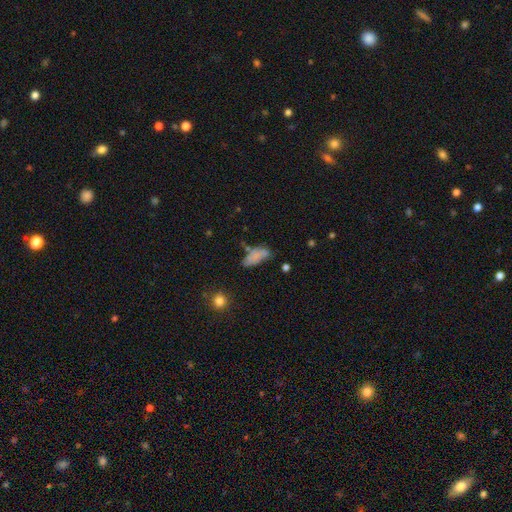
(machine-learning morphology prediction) A smooth galaxy with no disk features (72%) that is in between round and cigar-shaped (83%). Merging: none (43%).